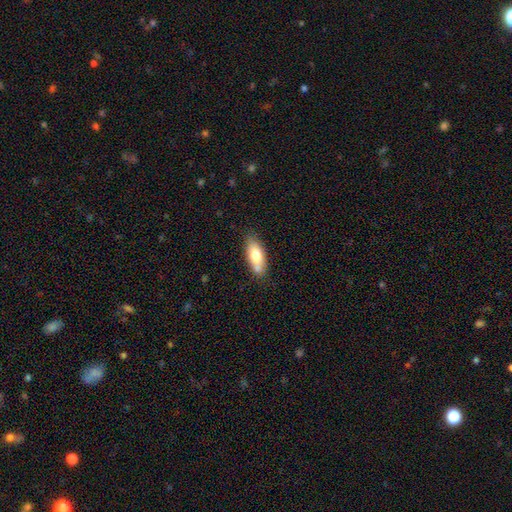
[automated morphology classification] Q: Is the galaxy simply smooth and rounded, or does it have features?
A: smooth — 71%.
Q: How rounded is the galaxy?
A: in between — 79%.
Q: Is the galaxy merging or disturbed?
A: none — 63%.